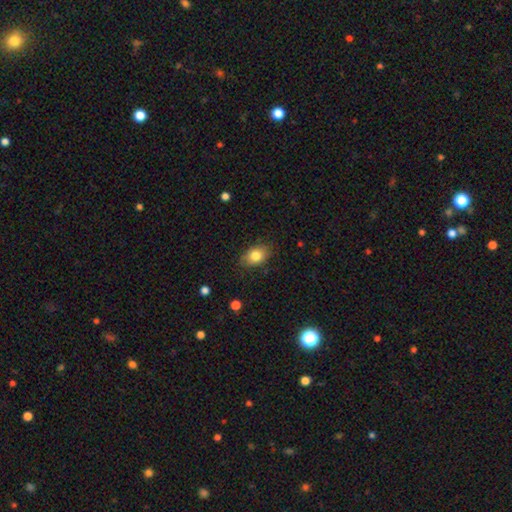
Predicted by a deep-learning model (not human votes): Overall: smooth (82%). How rounded: in between (82%). Merging: none (82%).